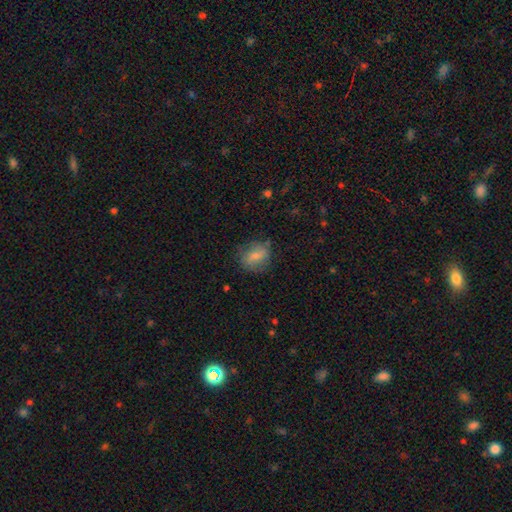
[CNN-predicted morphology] The model was most divided on "how rounded": in between: 57%, round: 41%, cigar-shaped: 2%. More confident: smooth or featured — smooth (70%); merging — none (69%).